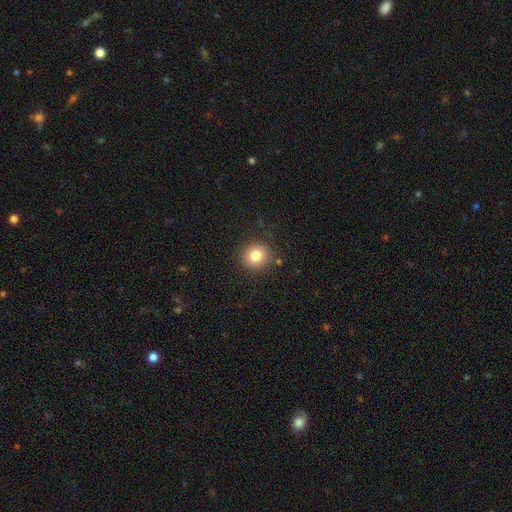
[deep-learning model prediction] This is clearly a smooth galaxy (81%). How rounded: clearly round (88%). Merging: clearly none (87%).